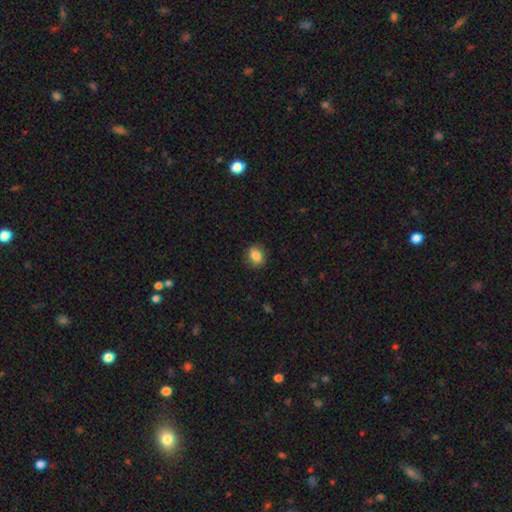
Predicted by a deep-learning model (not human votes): smooth 86%, star or artifact 9%, featured or disk 5%. Down the decision tree: how rounded — round (51%); merging — none (87%).